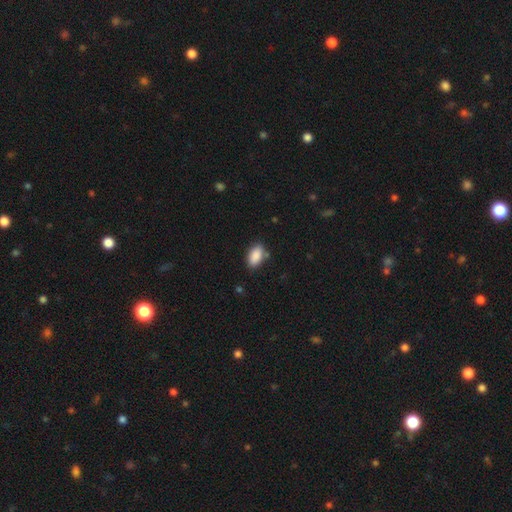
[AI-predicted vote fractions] smooth 89%, star or artifact 7%, featured or disk 4%. Down the decision tree: how rounded — in between (93%); merging — none (78%).